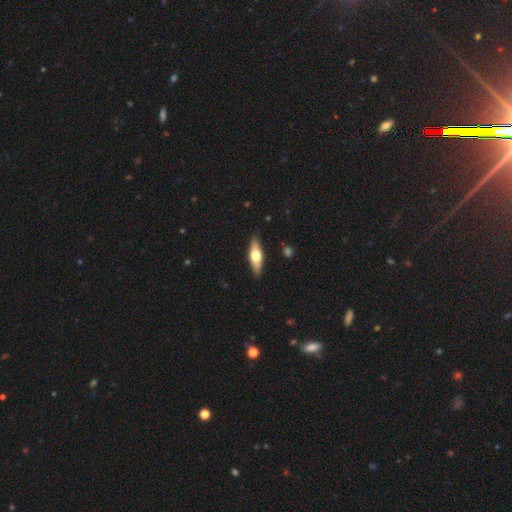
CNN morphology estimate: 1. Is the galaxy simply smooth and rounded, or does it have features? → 48% featured or disk, 46% smooth, 6% star or artifact.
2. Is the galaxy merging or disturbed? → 89% none, 8% minor disturbance, 2% major disturbance, 1% merger.